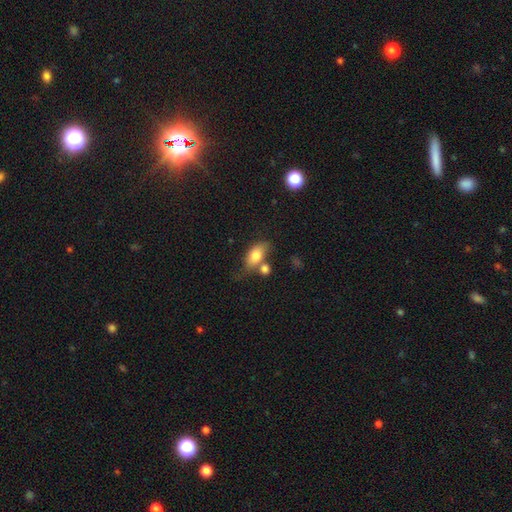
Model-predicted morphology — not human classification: Smooth or featured? Predicted: smooth (p=0.78). How rounded? Predicted: in between (p=0.85). Merging? Predicted: none (p=0.47).